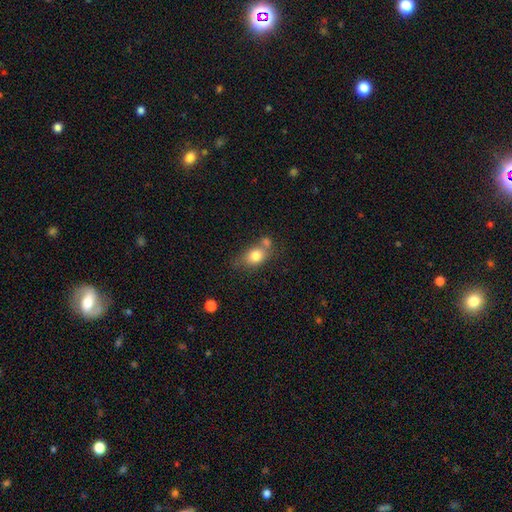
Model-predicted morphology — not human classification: Q: Smooth or featured?
A: smooth (78%); runner-up: featured or disk (13%)
Q: How rounded?
A: in between (66%); runner-up: round (31%)
Q: Merging?
A: none (46%); runner-up: merger (31%)